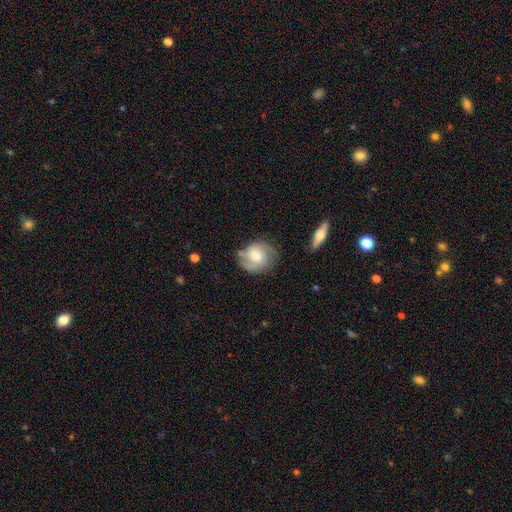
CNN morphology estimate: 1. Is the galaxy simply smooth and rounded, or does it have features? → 52% featured or disk, 40% smooth, 7% star or artifact.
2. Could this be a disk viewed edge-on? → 96% no, 4% yes.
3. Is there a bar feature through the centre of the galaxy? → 64% no, 31% weak, 5% strong.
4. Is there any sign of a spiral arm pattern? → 84% yes, 16% no.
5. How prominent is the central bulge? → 57% moderate, 21% small, 18% large, 3% none, 2% dominant.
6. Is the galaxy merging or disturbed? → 64% none, 24% minor disturbance, 8% major disturbance, 4% merger.